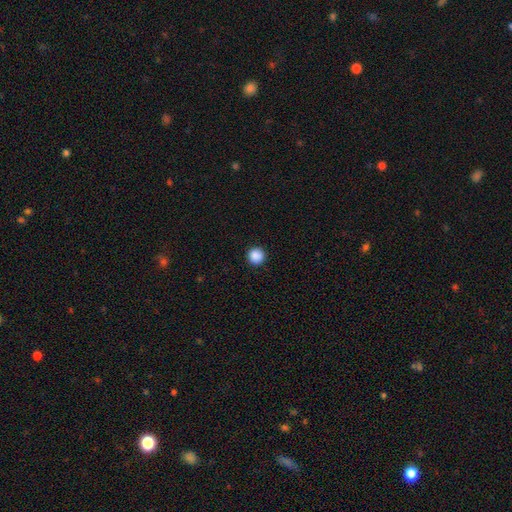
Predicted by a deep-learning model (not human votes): A smooth galaxy with no disk features (88%) that is round (96%).

Vote fractions:
- Smooth or featured? smooth: 88% / star or artifact: 9% / featured or disk: 2%
- How rounded? round: 96% / in between: 3% / cigar-shaped: 1%
- Merging? none: 93% / minor disturbance: 4% / major disturbance: 2% / merger: 1%